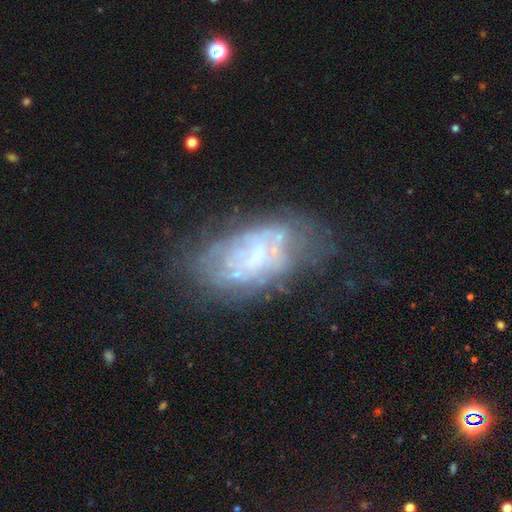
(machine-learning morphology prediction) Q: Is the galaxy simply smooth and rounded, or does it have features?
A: featured or disk — 62%.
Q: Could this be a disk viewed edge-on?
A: no — 95%.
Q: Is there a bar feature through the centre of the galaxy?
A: no — 75%.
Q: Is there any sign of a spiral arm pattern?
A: no — 77%.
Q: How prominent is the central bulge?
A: none — 59%.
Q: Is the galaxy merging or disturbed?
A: none — 44%.